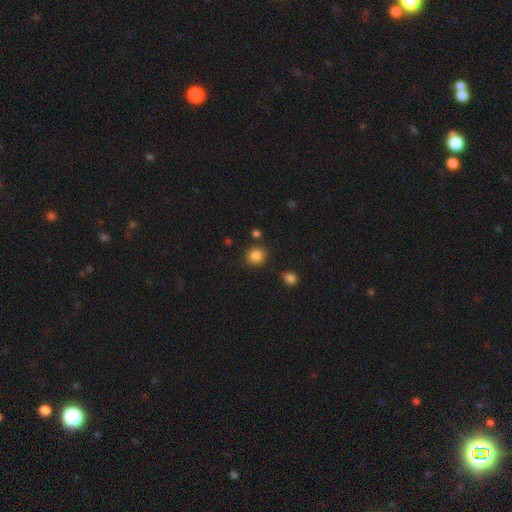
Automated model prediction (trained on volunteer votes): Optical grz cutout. It shows a smooth galaxy with no disk features (85%) that is round (83%). Merging: none (84%).